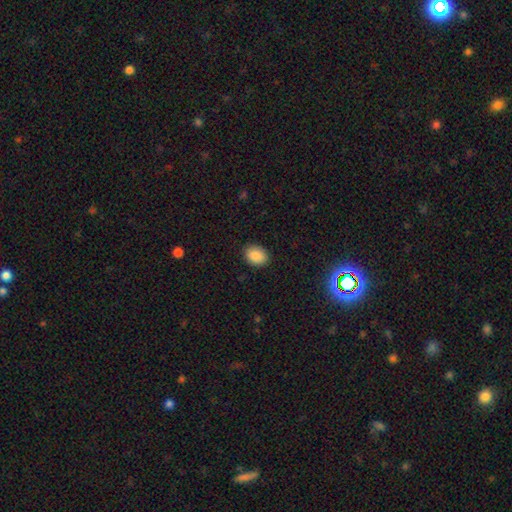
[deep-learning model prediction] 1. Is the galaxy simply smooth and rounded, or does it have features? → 89% smooth, 8% star or artifact, 3% featured or disk.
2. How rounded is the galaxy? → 65% in between, 34% round, 1% cigar-shaped.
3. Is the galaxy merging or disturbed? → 88% none, 9% minor disturbance, 2% major disturbance, 1% merger.